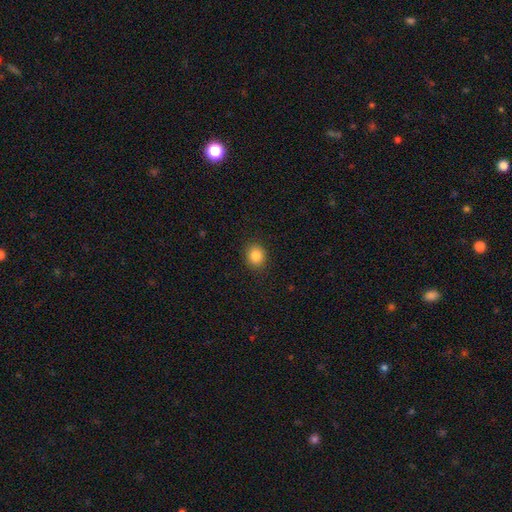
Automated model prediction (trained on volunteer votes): smooth_or_featured: smooth (p=0.86) [alt: star or artifact p=0.10]
how_rounded: round (p=0.71) [alt: in between p=0.28]
merging: none (p=0.89) [alt: minor disturbance p=0.08]